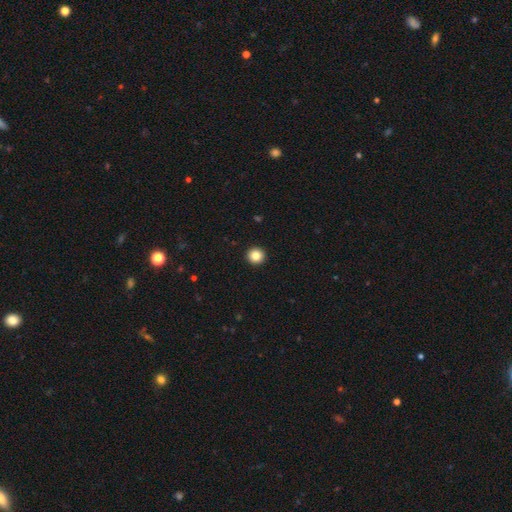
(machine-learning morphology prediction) smooth-or-featured: smooth: 84% | star or artifact: 10% | featured or disk: 5%
  how-rounded: round: 95% | in between: 4% | cigar-shaped: 1%
  merging: none: 94% | minor disturbance: 3% | major disturbance: 1% | merger: 1%